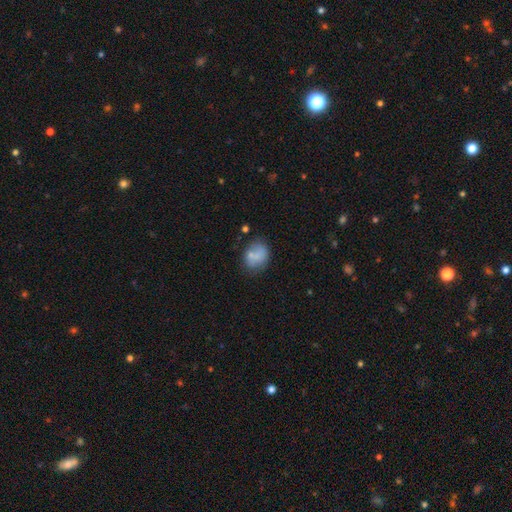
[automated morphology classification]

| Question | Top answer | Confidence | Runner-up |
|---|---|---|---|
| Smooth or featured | smooth | 74% | featured or disk (18%) |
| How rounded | in between | 50% | round (48%) |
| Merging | none | 56% | minor disturbance (23%) |